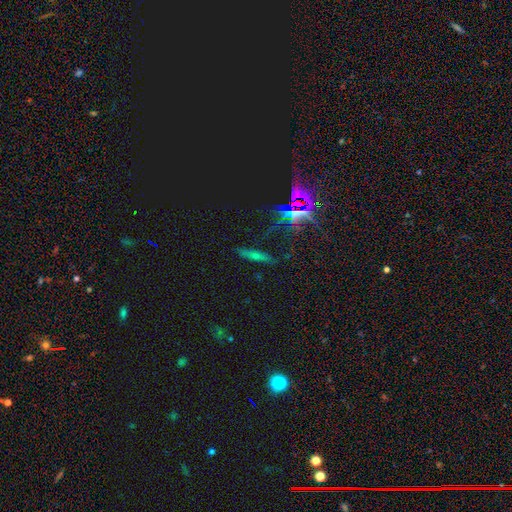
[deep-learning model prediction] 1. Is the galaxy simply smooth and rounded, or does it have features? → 43% star or artifact, 33% featured or disk, 23% smooth.